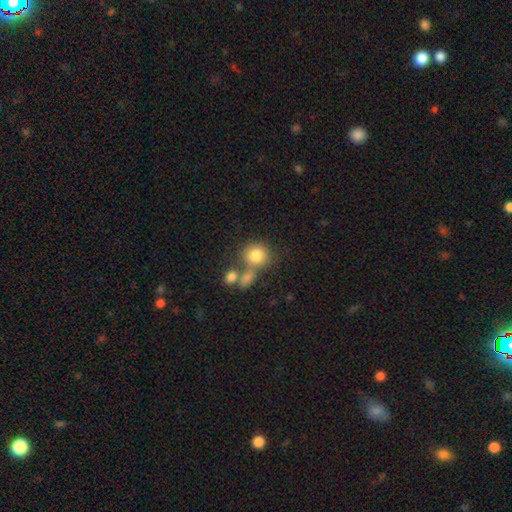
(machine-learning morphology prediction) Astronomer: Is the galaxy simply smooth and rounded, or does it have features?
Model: smooth — 79%.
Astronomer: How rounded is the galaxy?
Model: round — 81%.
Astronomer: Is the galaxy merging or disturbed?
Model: none — 47% (runner-up: merger, 34%).